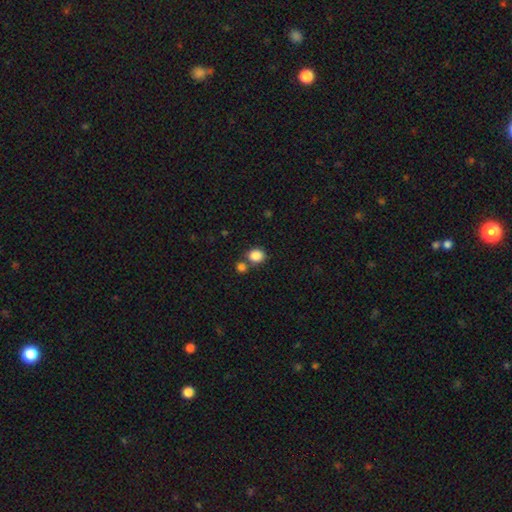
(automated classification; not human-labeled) A smooth galaxy with no disk features (86%) that is round (71%). Merging: none (64%).